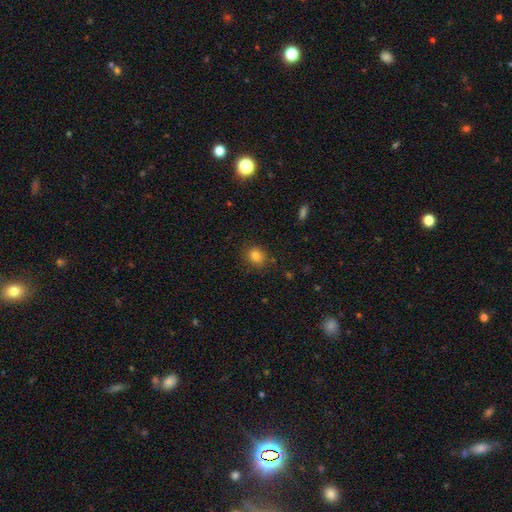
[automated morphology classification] Q: Smooth or featured?
A: smooth (81%); runner-up: star or artifact (12%)
Q: How rounded?
A: round (66%); runner-up: in between (33%)
Q: Merging?
A: none (85%); runner-up: minor disturbance (11%)